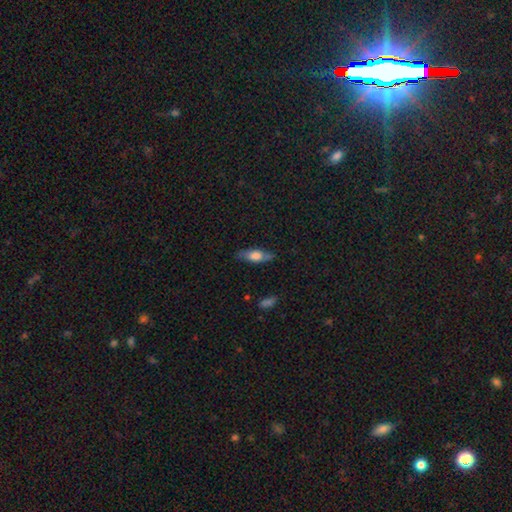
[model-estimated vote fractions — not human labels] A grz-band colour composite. It shows a smooth galaxy with no disk features (57%) that is in between round and cigar-shaped (56%). Merging: none (78%).